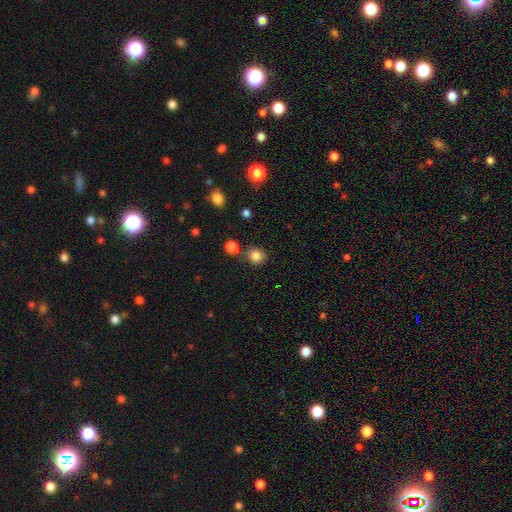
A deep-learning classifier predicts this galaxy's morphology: smooth 84%, star or artifact 12%, featured or disk 5%. Down the decision tree: how rounded — round (84%); merging — none (75%).